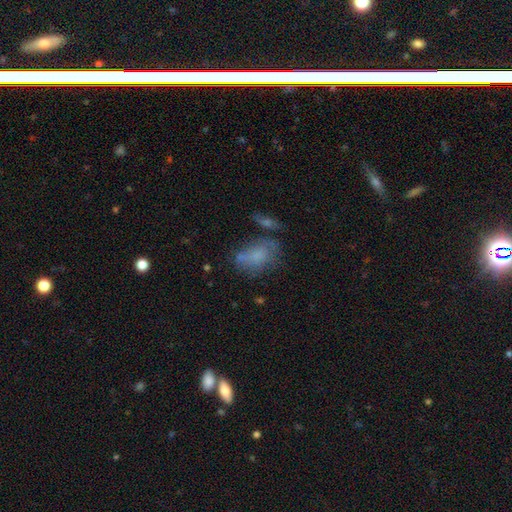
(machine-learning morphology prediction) type=smooth (65%); roundness=in between (84%); merging=none (45%).